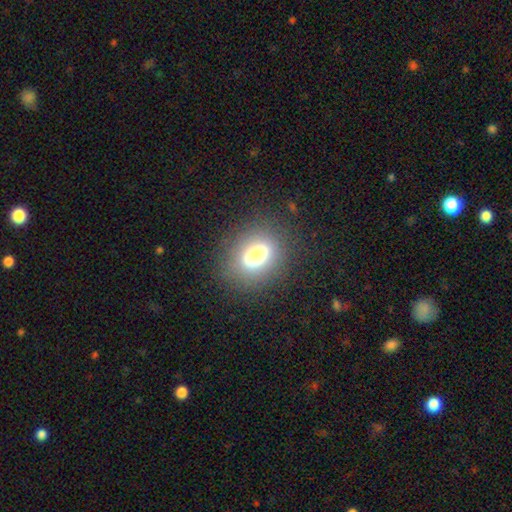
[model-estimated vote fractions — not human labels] The model was most divided on "how rounded": in between: 64%, round: 31%, cigar-shaped: 4%. More confident: merging — none (77%); smooth or featured — smooth (70%).